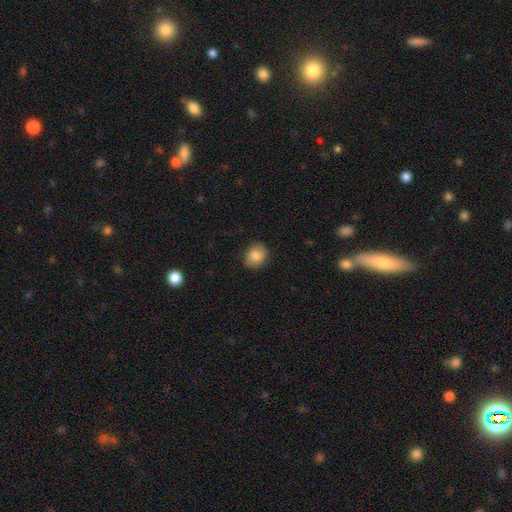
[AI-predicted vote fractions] Smooth or featured? Predicted: smooth (p=0.82). How rounded? Predicted: round (p=0.62). Merging? Predicted: none (p=0.86).